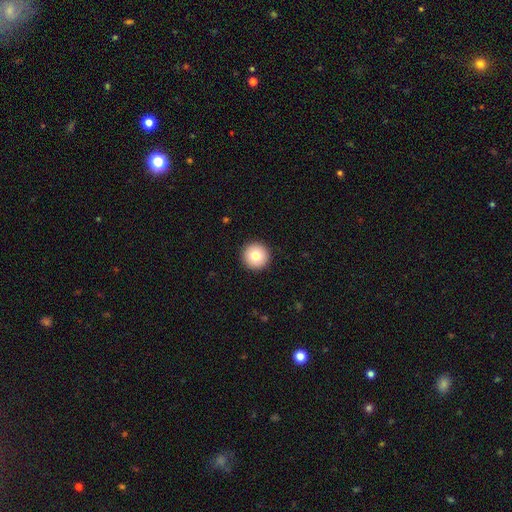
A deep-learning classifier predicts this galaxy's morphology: Smooth or featured? Predicted: smooth (p=0.79). How rounded? Predicted: round (p=0.97). Merging? Predicted: none (p=0.94).